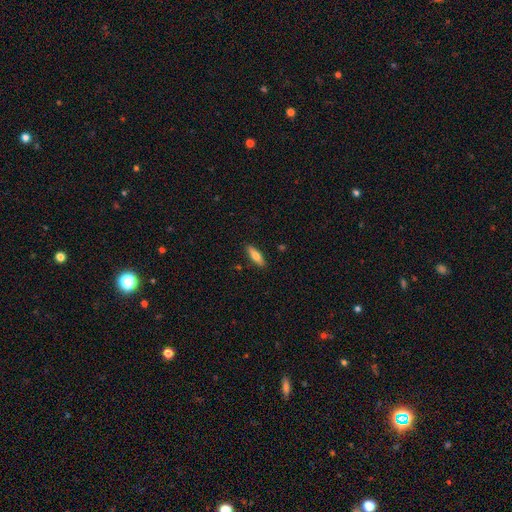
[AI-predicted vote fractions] smooth_or_featured: smooth (p=0.67) [alt: featured or disk p=0.27]
how_rounded: cigar-shaped (p=0.50) [alt: in between p=0.48]
merging: none (p=0.88) [alt: minor disturbance p=0.09]